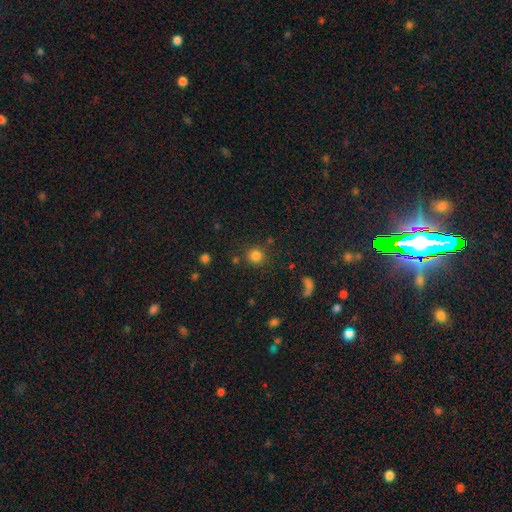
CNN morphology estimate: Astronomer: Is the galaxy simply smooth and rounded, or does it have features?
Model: smooth — 81%.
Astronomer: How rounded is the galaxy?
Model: round — 91%.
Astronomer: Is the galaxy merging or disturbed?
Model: none — 82%.